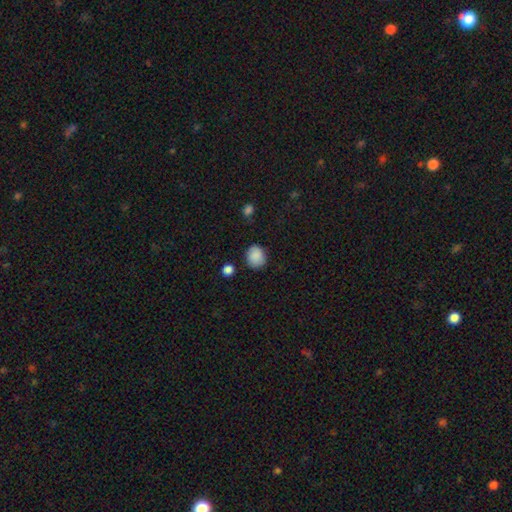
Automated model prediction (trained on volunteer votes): This appears to be a smooth galaxy with no disk features (88%) that is round (70%). Merging: none (81%).